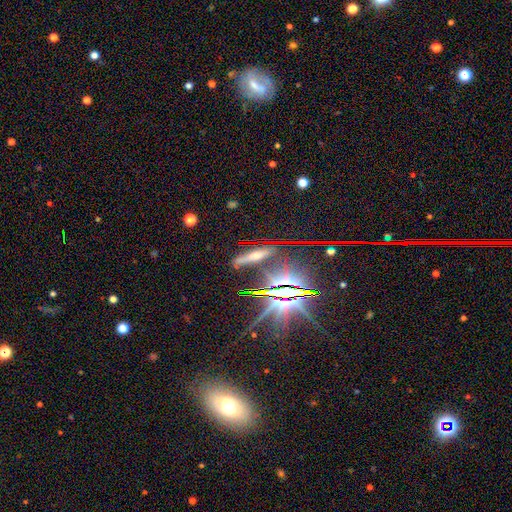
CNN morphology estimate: Smooth or featured? featured or disk (36%)
Merging? none (78%)